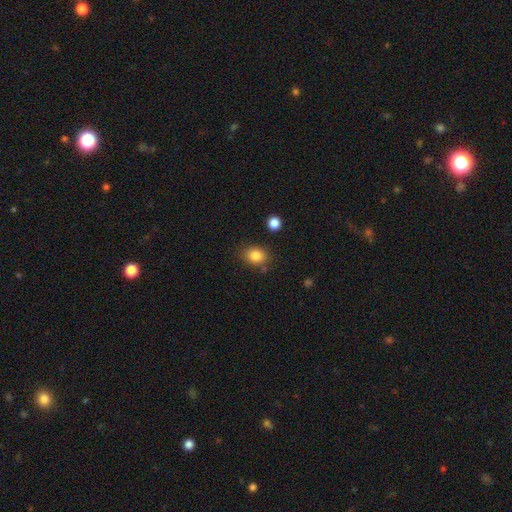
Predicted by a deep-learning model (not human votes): smooth 85%, star or artifact 10%, featured or disk 5%. Down the decision tree: how rounded — round (50%); merging — none (77%).